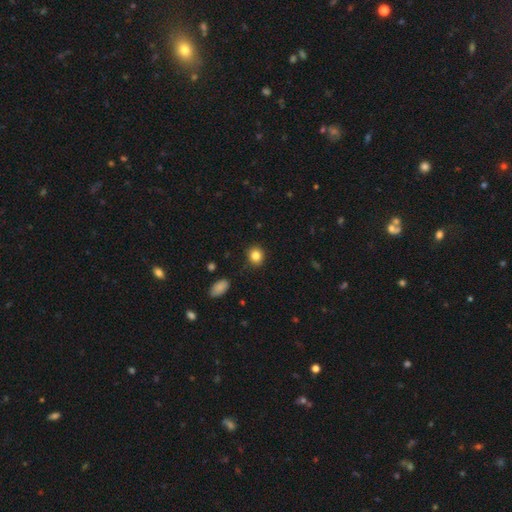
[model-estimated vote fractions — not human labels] This appears to be a smooth galaxy with no disk features (83%) that is round (76%). Merging: none (88%).